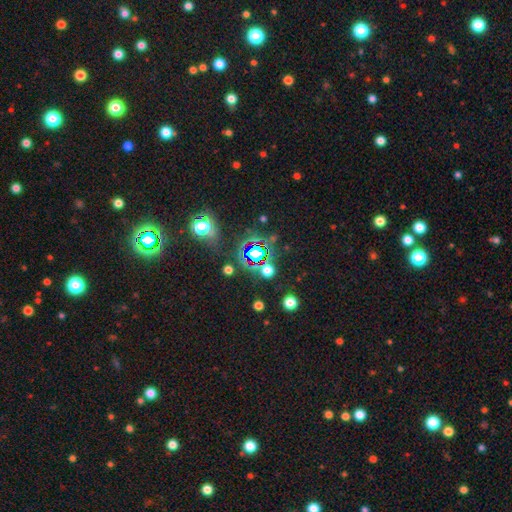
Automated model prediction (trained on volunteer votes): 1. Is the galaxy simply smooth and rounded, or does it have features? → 67% star or artifact, 24% smooth, 10% featured or disk.